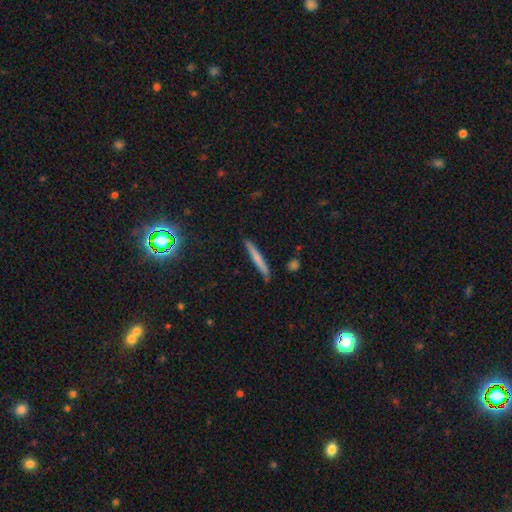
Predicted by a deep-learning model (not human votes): Morphology: type=smooth (60%); roundness=cigar-shaped (95%); merging=none (87%).